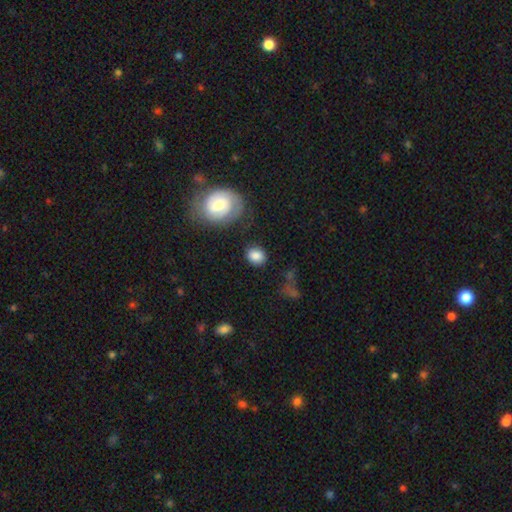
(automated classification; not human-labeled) smooth 82%, featured or disk 11%, star or artifact 7%. Down the decision tree: how rounded — round (58%); merging — none (77%).